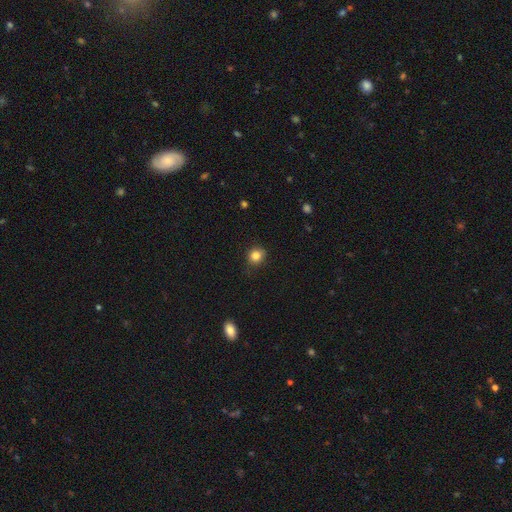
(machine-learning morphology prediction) This appears to be a smooth galaxy with no disk features (84%) that is round (82%). Merging: none (82%).